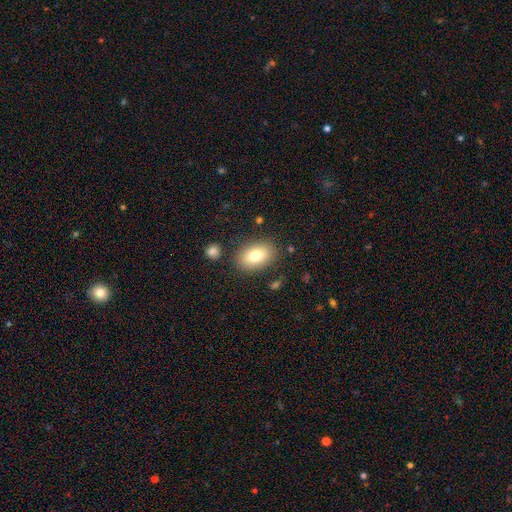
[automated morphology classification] smooth-or-featured: smooth: 79% | featured or disk: 13% | star or artifact: 8%
  how-rounded: in between: 85% | round: 14% | cigar-shaped: 1%
  merging: none: 83% | minor disturbance: 10% | major disturbance: 3% | merger: 3%